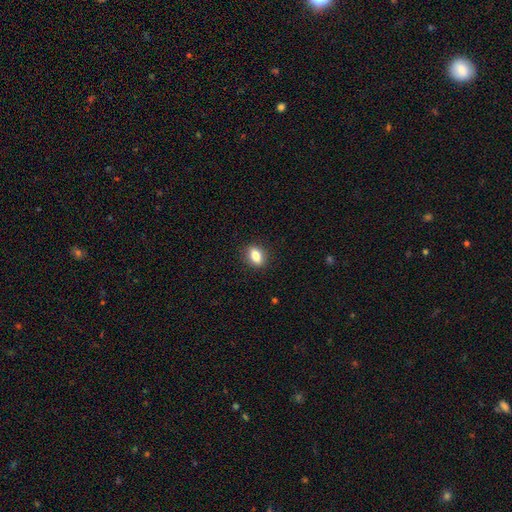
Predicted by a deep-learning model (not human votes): Morphology: type=smooth (81%); roundness=in between (76%); merging=none (88%).